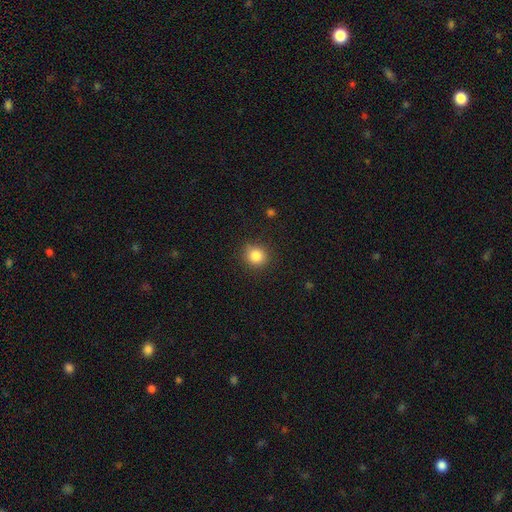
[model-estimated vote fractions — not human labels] A smooth galaxy with no disk features (85%) that is round (84%).

Vote fractions:
- Smooth or featured? smooth: 85% / star or artifact: 10% / featured or disk: 5%
- How rounded? round: 84% / in between: 15% / cigar-shaped: 1%
- Merging? none: 87% / minor disturbance: 9% / major disturbance: 3% / merger: 1%